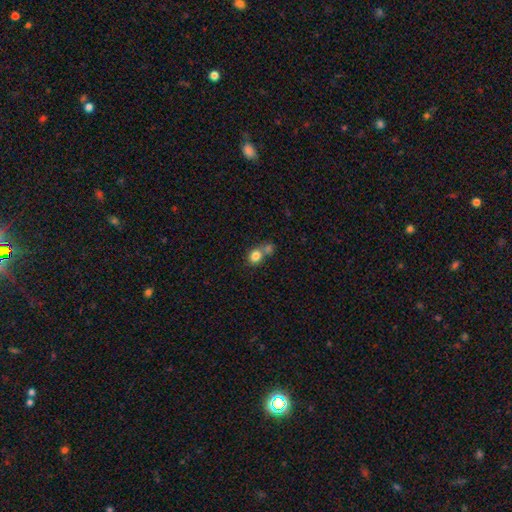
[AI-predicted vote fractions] smooth_or_featured: smooth (p=0.81) [alt: star or artifact p=0.10]
how_rounded: round (p=0.68) [alt: in between p=0.31]
merging: merger (p=0.46) [alt: none p=0.41]